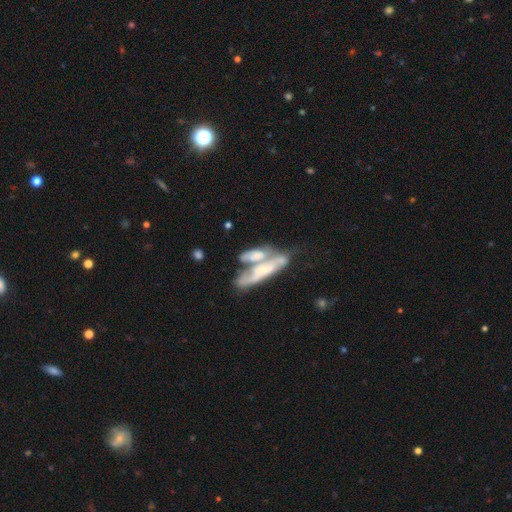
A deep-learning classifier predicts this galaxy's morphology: A featured or disk galaxy (55%). Merging: merger (62%).